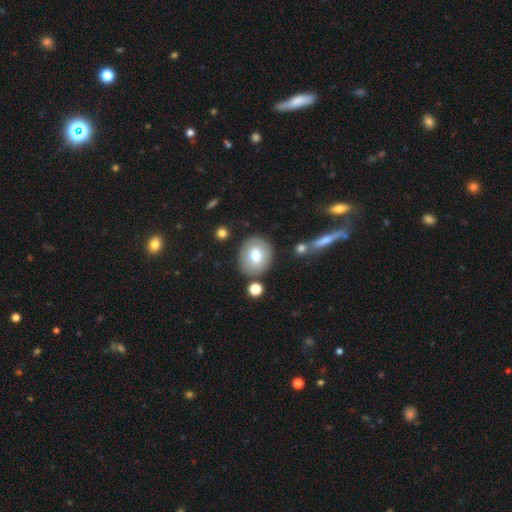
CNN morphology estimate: Smooth or featured?
  - smooth: 70% *
  - featured or disk: 22%
  - star or artifact: 8%
How rounded?
  - round: 74% *
  - in between: 25%
  - cigar-shaped: 1%
Merging?
  - none: 81% *
  - minor disturbance: 11%
  - merger: 5%
  - major disturbance: 3%